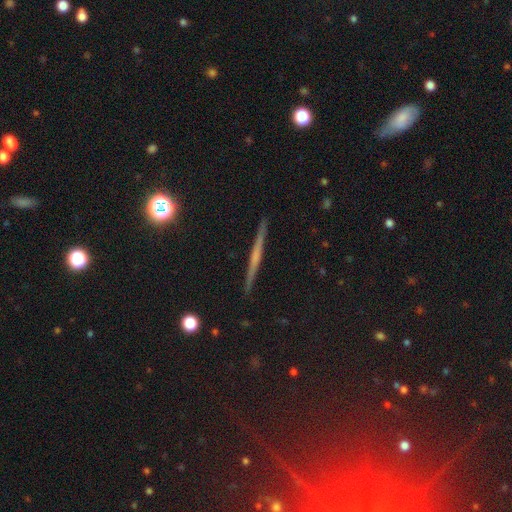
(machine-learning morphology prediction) This is likely a featured or disk galaxy (61%). It is clearly viewed edge-on (98%). Edge-on bulge: likely none (68%). Merging: clearly none (92%).